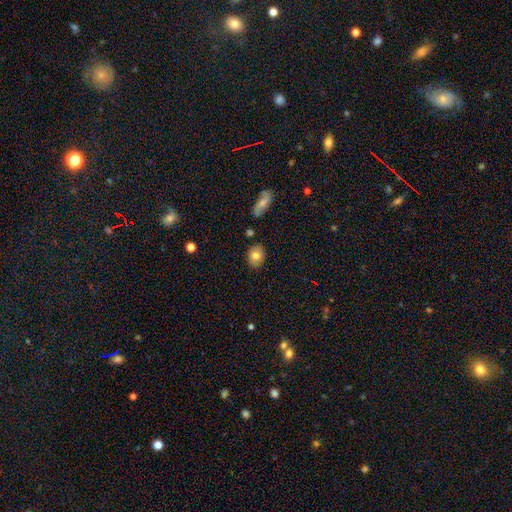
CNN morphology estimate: The model was most divided on "how rounded": in between: 56%, round: 42%, cigar-shaped: 1%. More confident: merging — none (83%); smooth or featured — smooth (76%).